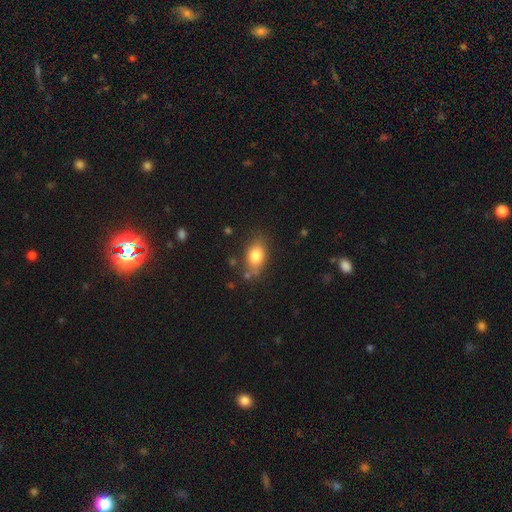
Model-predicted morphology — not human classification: Overall: smooth (80%). How rounded: in between (82%). Merging: none (74%).